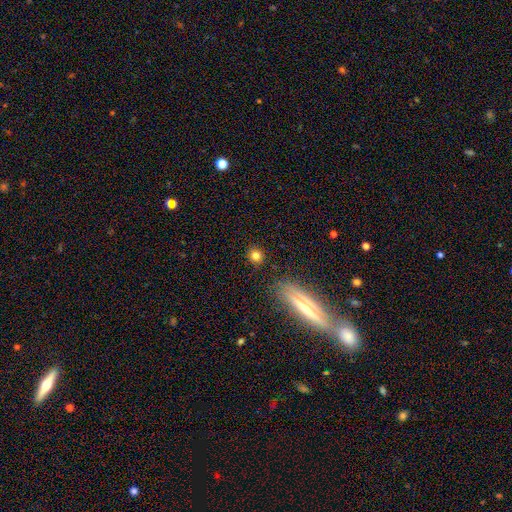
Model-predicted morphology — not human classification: This is likely a smooth galaxy (79%). How rounded: clearly round (88%). Merging: clearly none (88%).